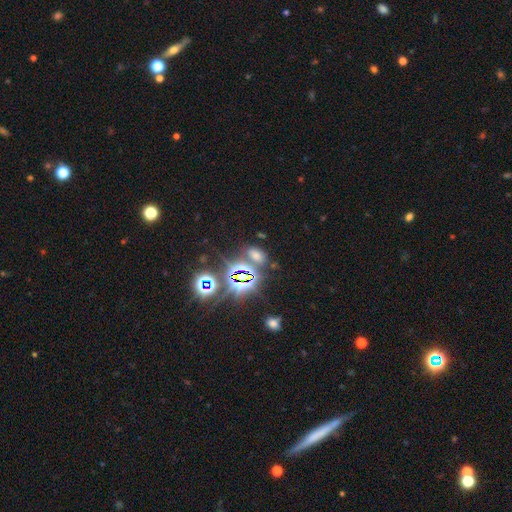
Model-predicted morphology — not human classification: This is possibly a star or artifact rather than a galaxy (49%).